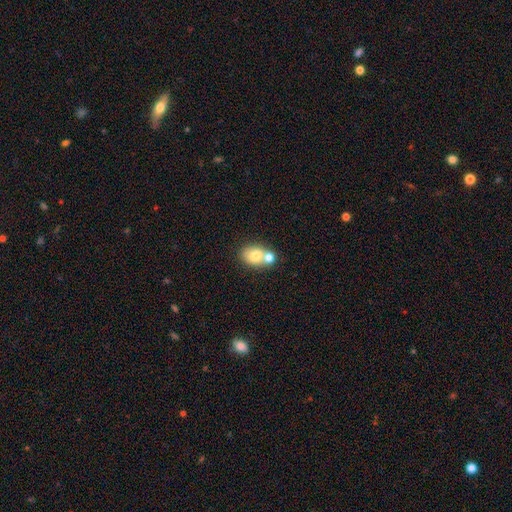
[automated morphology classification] Smooth or featured: smooth — 74% (featured or disk — 17%)
How rounded: in between — 63% (round — 36%)
Merging: merger — 45% (none — 41%)